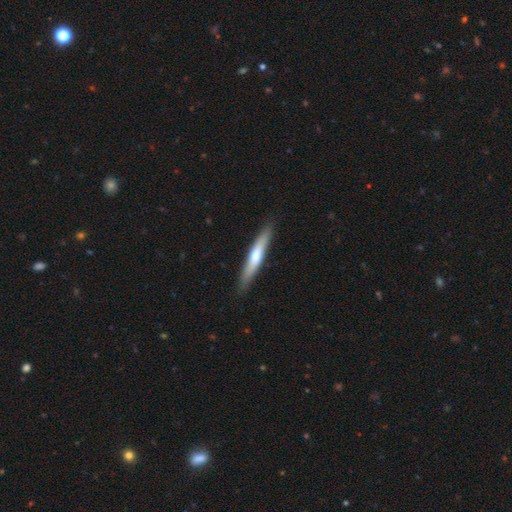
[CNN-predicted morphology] Smooth or featured? smooth (52%)
How rounded? cigar-shaped (92%)
Merging? none (88%)